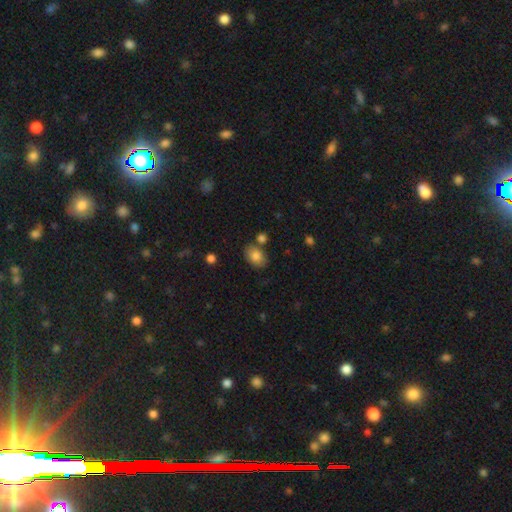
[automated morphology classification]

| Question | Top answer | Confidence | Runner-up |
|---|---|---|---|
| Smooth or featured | smooth | 82% | featured or disk (9%) |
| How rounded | in between | 76% | round (23%) |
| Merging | none | 74% | minor disturbance (14%) |